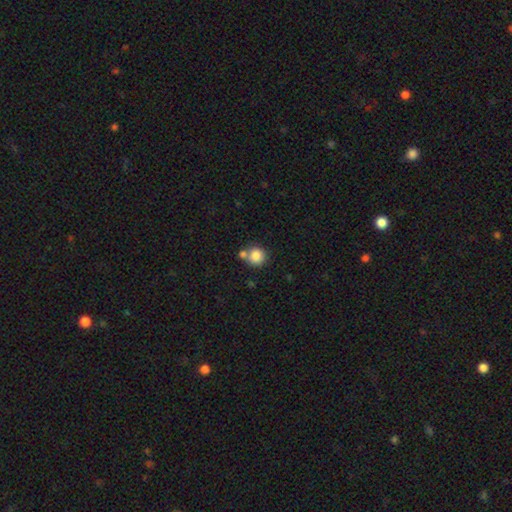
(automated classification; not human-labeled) This is clearly a smooth galaxy (84%). How rounded: clearly round (89%). Merging: possibly none (59%).